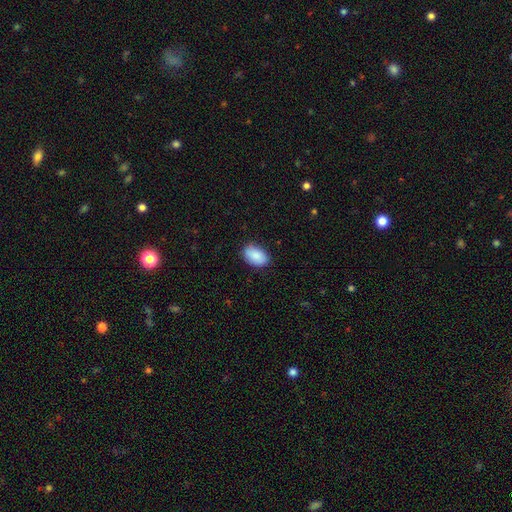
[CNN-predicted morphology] Smooth or featured? Predicted: smooth (p=0.89). How rounded? Predicted: in between (p=0.91). Merging? Predicted: none (p=0.84).